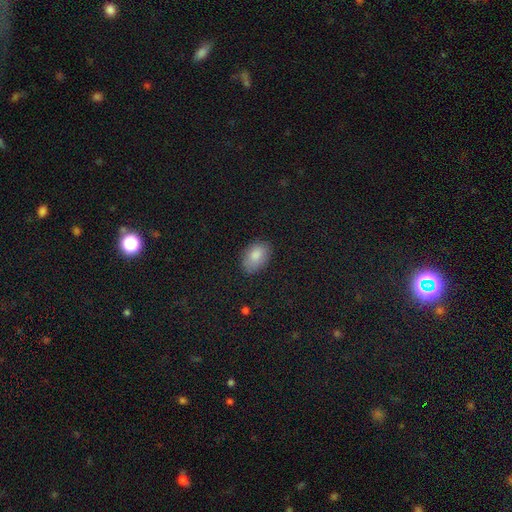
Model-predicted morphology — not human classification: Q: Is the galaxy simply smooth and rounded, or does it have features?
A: smooth — 85%.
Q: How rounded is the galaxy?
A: in between — 87%.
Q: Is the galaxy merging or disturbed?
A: none — 82%.